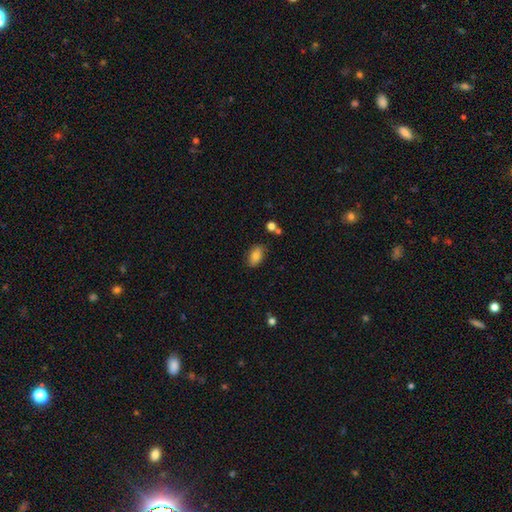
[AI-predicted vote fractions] A smooth galaxy with no disk features (81%) that is in between round and cigar-shaped (90%). Merging: none (80%).